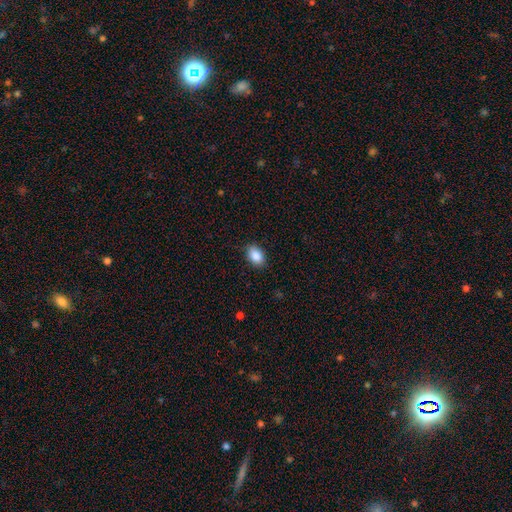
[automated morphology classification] smooth 87%, star or artifact 8%, featured or disk 5%. Down the decision tree: how rounded — in between (86%); merging — none (88%).